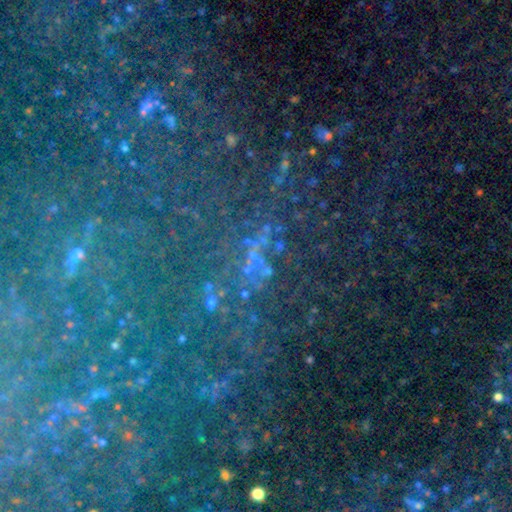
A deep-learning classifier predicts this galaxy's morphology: Smooth or featured? star or artifact (74%)